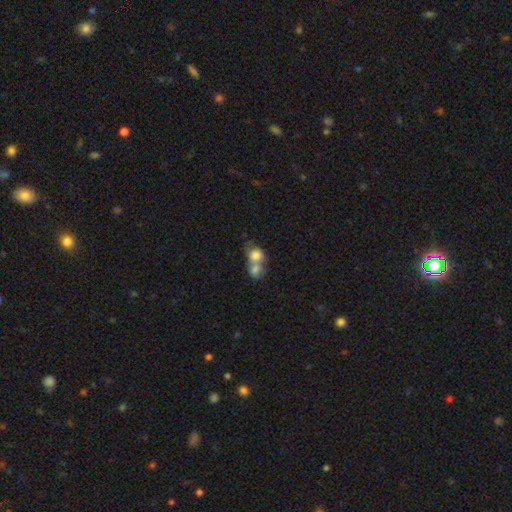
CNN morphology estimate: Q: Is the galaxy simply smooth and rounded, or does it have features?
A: smooth — 78%.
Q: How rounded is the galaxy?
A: round — 64%.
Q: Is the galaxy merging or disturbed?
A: merger — 75%.